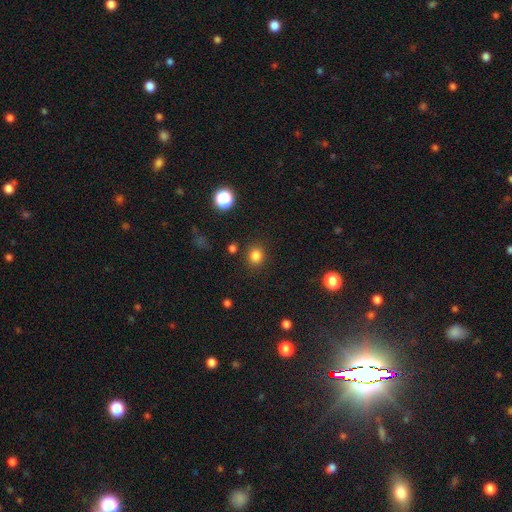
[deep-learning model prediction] Morphology: type=smooth (82%); roundness=round (85%); merging=none (86%).